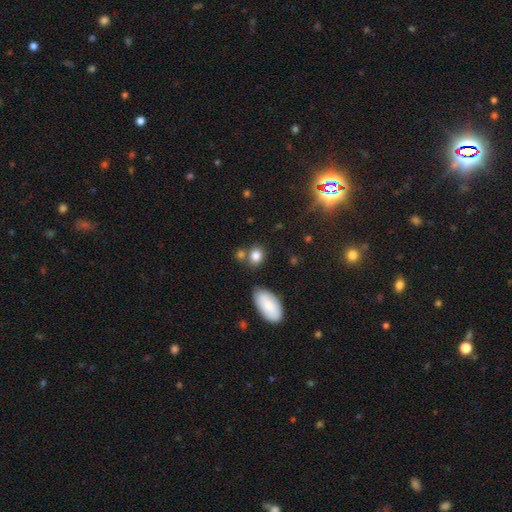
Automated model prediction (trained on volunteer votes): Smooth or featured?
  - smooth: 83% *
  - star or artifact: 10%
  - featured or disk: 7%
How rounded?
  - round: 56% *
  - in between: 42%
  - cigar-shaped: 2%
Merging?
  - none: 67% *
  - merger: 16%
  - minor disturbance: 13%
  - major disturbance: 4%